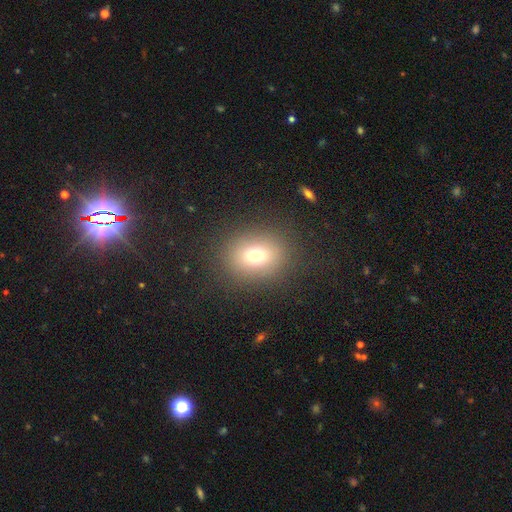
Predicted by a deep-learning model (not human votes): A smooth galaxy with no disk features (74%) that is round (56%).

Vote fractions:
- Smooth or featured? smooth: 74% / star or artifact: 15% / featured or disk: 12%
- How rounded? round: 56% / in between: 43% / cigar-shaped: 1%
- Merging? none: 86% / minor disturbance: 8% / major disturbance: 5% / merger: 1%